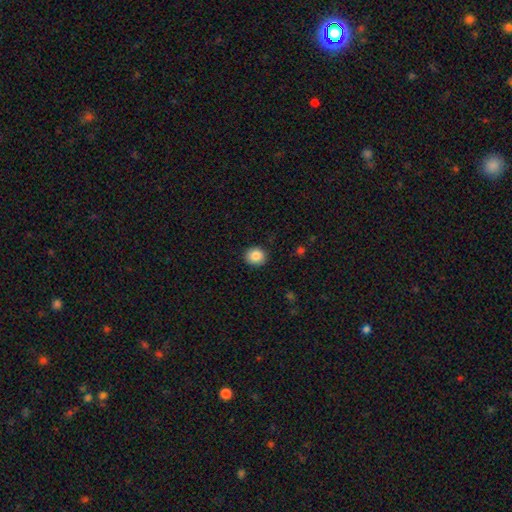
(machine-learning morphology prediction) Q: Smooth or featured?
A: smooth (86%); runner-up: star or artifact (9%)
Q: How rounded?
A: round (81%); runner-up: in between (18%)
Q: Merging?
A: none (91%); runner-up: minor disturbance (6%)